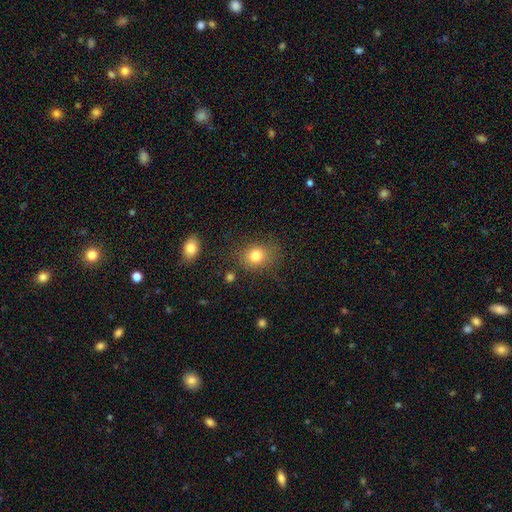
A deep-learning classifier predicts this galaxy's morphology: Smooth or featured? Predicted: smooth (p=0.80). How rounded? Predicted: round (p=0.59). Merging? Predicted: none (p=0.74).